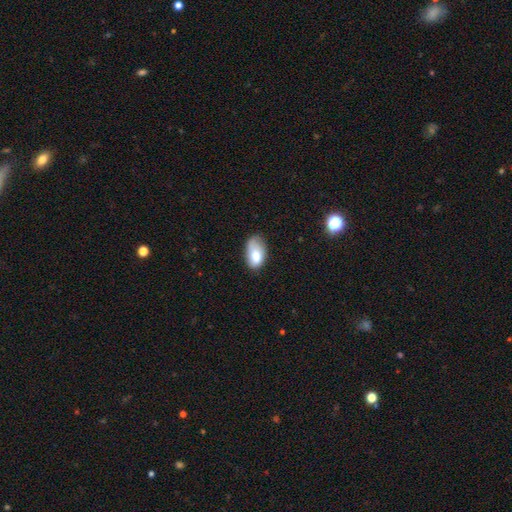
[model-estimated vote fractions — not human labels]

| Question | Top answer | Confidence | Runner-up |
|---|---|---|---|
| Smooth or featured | smooth | 78% | featured or disk (14%) |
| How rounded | in between | 93% | round (5%) |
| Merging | none | 50% | minor disturbance (36%) |